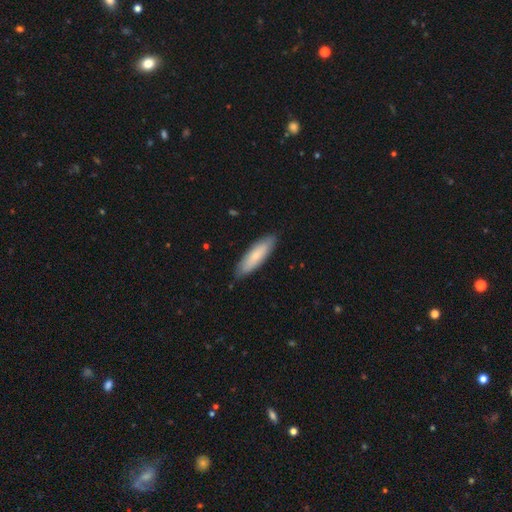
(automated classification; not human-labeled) smooth-or-featured: smooth: 75% | featured or disk: 20% | star or artifact: 5%
  how-rounded: cigar-shaped: 60% | in between: 39% | round: 1%
  merging: none: 86% | minor disturbance: 11% | major disturbance: 2% | merger: 1%